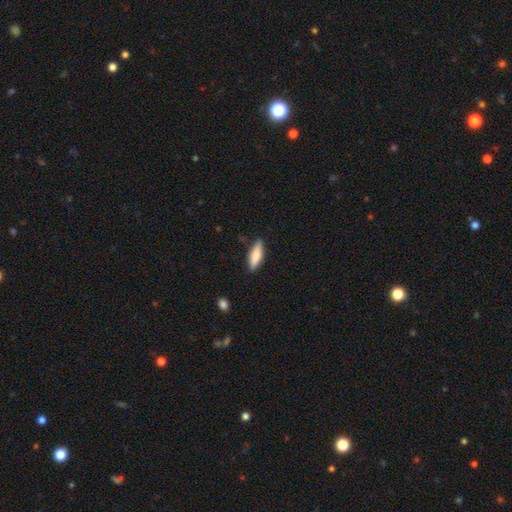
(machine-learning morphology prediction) Smooth or featured? Predicted: smooth (p=0.75). How rounded? Predicted: cigar-shaped (p=0.56). Merging? Predicted: none (p=0.85).